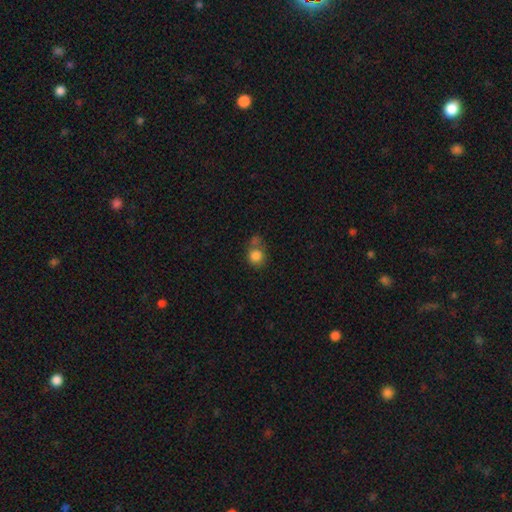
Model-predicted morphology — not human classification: smooth-or-featured: smooth: 83% | star or artifact: 10% | featured or disk: 7%
  how-rounded: round: 80% | in between: 19% | cigar-shaped: 1%
  merging: none: 46% | merger: 28% | minor disturbance: 17% | major disturbance: 9%